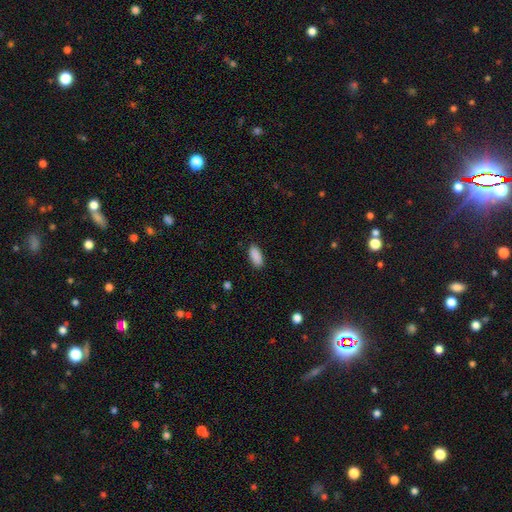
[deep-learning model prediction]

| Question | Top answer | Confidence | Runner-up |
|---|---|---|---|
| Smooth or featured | smooth | 90% | star or artifact (7%) |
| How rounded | in between | 89% | cigar-shaped (10%) |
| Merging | none | 88% | minor disturbance (9%) |